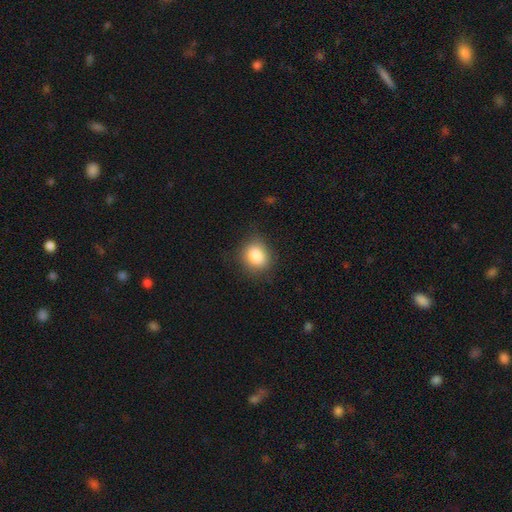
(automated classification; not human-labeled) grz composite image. It shows a smooth galaxy with no disk features (85%) that is round (63%). Merging: none (81%).